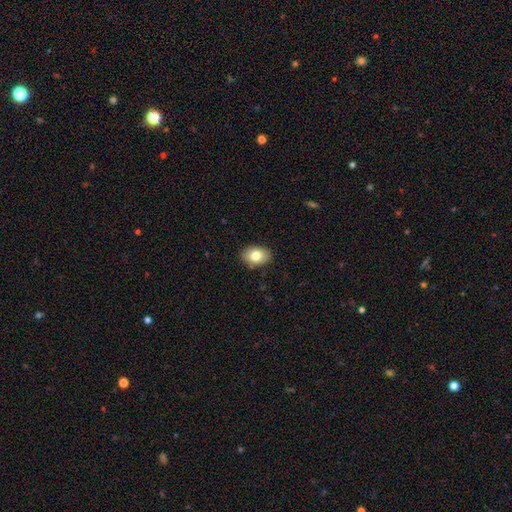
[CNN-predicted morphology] Q: Smooth or featured?
A: smooth (80%); runner-up: featured or disk (12%)
Q: How rounded?
A: in between (81%); runner-up: round (18%)
Q: Merging?
A: none (87%); runner-up: minor disturbance (10%)